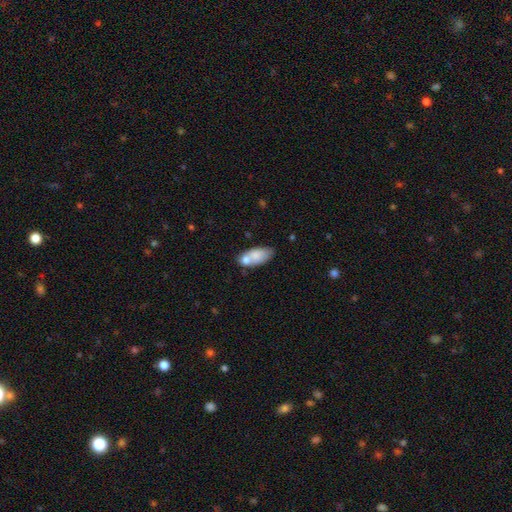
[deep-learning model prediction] The model was most divided on "merging": none: 53%, merger: 22%, minor disturbance: 19%, major disturbance: 6%. More confident: how rounded — in between (89%); smooth or featured — smooth (76%).